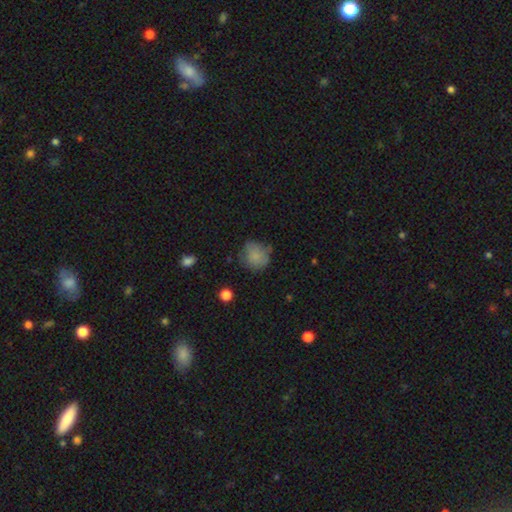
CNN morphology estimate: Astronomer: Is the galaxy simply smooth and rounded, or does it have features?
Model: smooth — 79%.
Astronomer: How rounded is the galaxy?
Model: round — 80%.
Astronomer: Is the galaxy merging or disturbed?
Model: none — 62%.